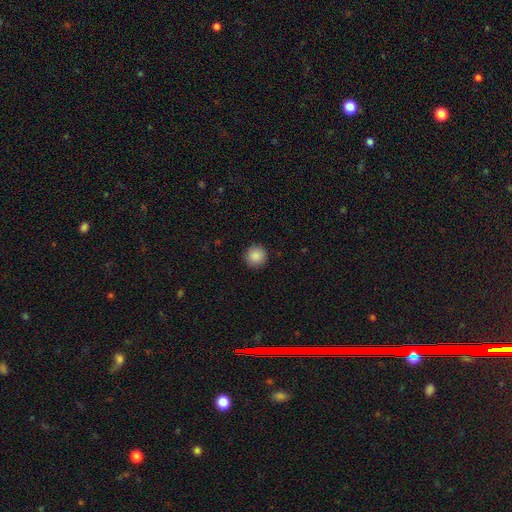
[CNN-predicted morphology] type=smooth (88%); roundness=round (95%); merging=none (92%).